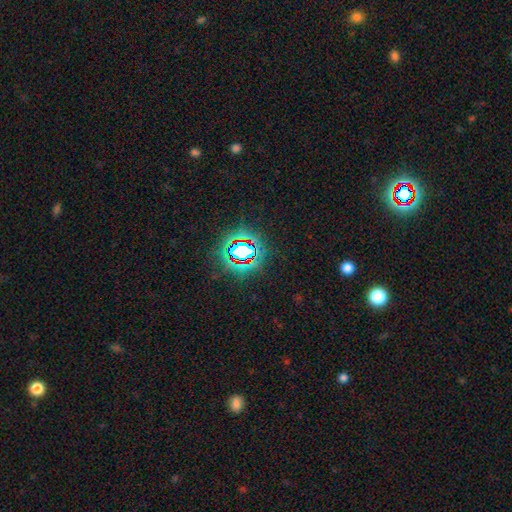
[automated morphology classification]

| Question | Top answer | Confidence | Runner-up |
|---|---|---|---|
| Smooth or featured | star or artifact | 79% | smooth (12%) |